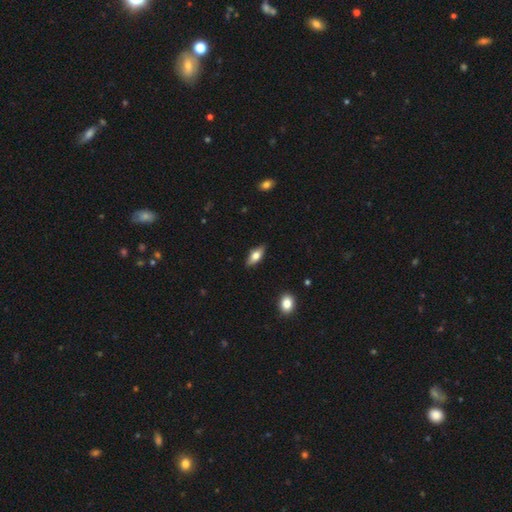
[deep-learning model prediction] smooth_or_featured: smooth (p=0.60) [alt: featured or disk p=0.34]
how_rounded: in between (p=0.73) [alt: cigar-shaped p=0.23]
merging: none (p=0.87) [alt: minor disturbance p=0.10]